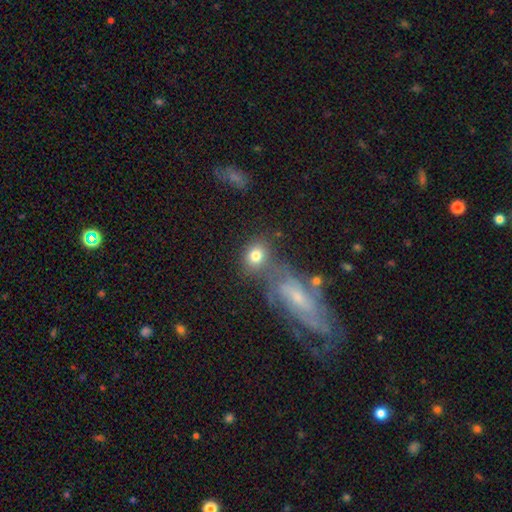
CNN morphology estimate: type=smooth (74%); roundness=round (64%); merging=none (56%).